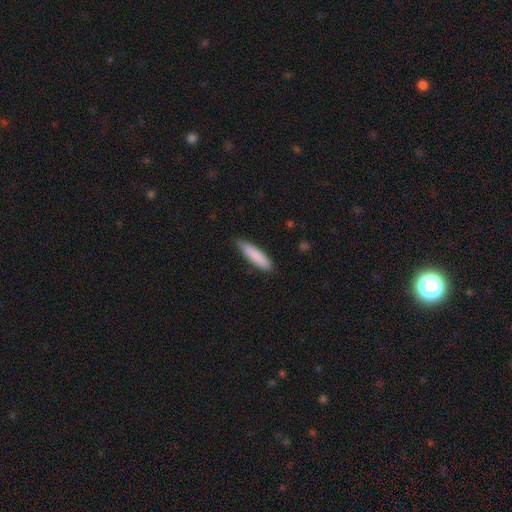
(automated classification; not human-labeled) smooth-or-featured: smooth: 85% | featured or disk: 9% | star or artifact: 6%
  how-rounded: cigar-shaped: 78% | in between: 21% | round: 1%
  merging: none: 81% | minor disturbance: 16% | major disturbance: 2% | merger: 1%